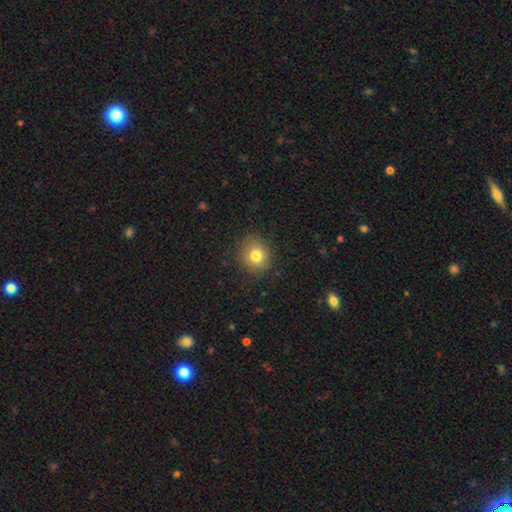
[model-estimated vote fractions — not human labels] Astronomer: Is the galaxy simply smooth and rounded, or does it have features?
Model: smooth — 79%.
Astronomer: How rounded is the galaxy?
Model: round — 80%.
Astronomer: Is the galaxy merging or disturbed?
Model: none — 85%.